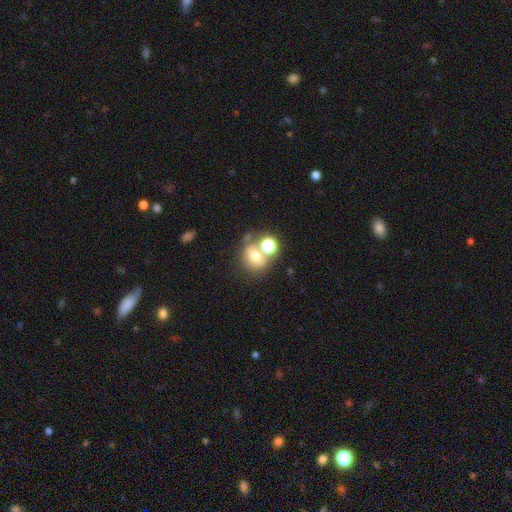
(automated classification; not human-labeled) Overall: smooth (64%). How rounded: round (70%). Merging: none (45%; merger 37%).